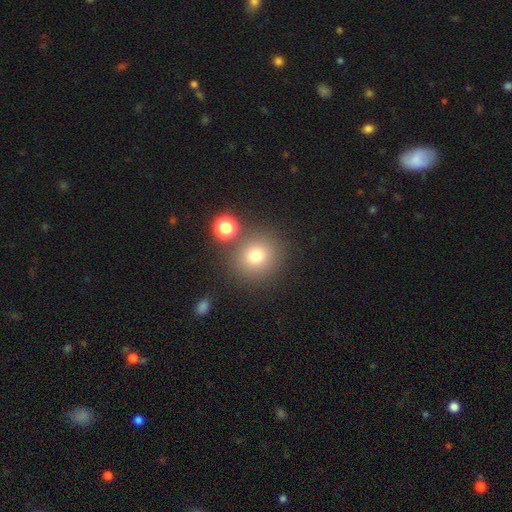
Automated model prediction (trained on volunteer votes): Smooth or featured? Predicted: smooth (p=0.75). How rounded? Predicted: round (p=0.90). Merging? Predicted: none (p=0.78).